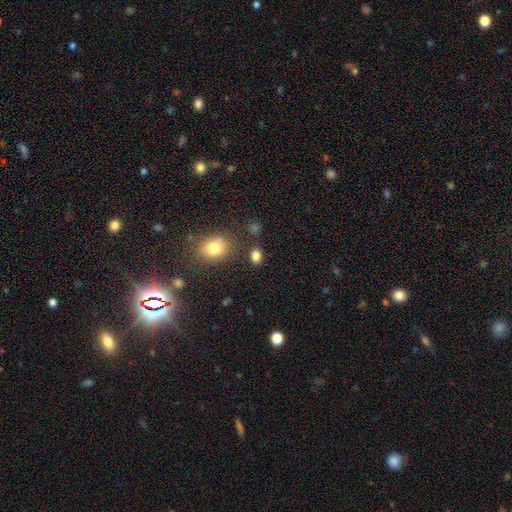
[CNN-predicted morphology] A smooth galaxy with no disk features (82%) that is in between round and cigar-shaped (71%).

Vote fractions:
- Smooth or featured? smooth: 82% / star or artifact: 13% / featured or disk: 5%
- How rounded? in between: 71% / round: 27% / cigar-shaped: 2%
- Merging? none: 80% / minor disturbance: 11% / merger: 5% / major disturbance: 4%